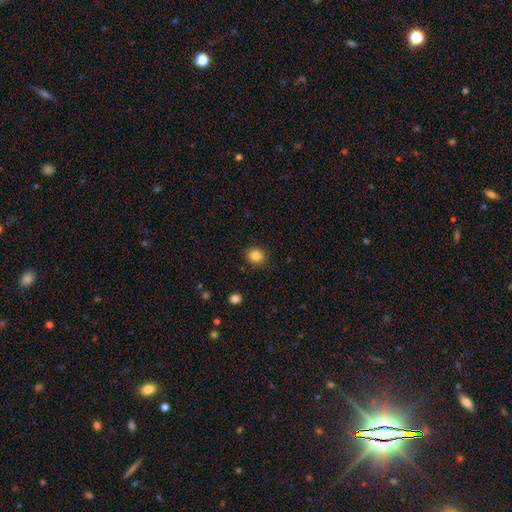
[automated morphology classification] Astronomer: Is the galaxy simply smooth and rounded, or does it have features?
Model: smooth — 85%.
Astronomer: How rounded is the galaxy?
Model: round — 79%.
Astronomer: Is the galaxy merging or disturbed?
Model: none — 86%.